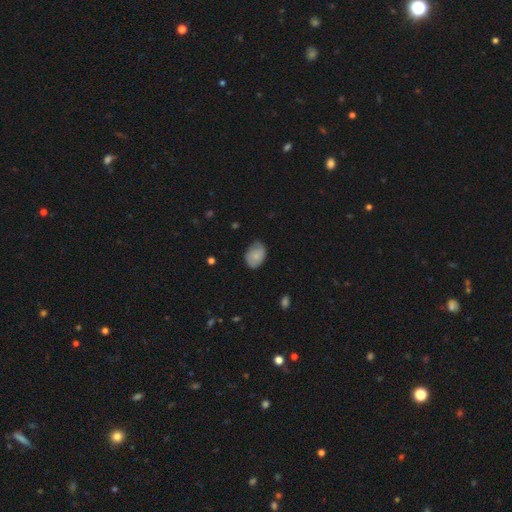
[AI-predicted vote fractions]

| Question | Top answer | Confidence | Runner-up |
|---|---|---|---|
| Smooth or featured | smooth | 75% | featured or disk (18%) |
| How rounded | in between | 76% | round (23%) |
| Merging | none | 60% | minor disturbance (32%) |